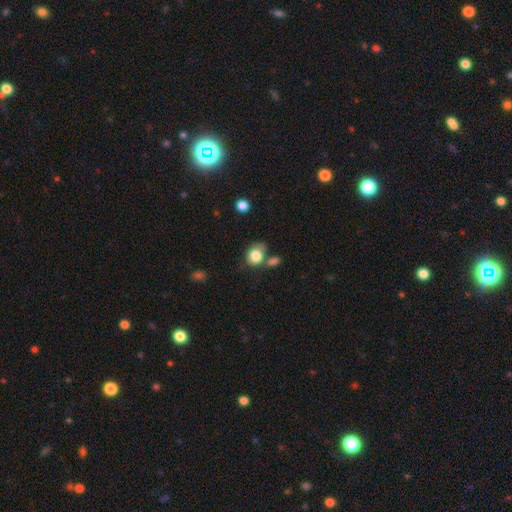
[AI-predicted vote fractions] smooth-or-featured: smooth: 82% | featured or disk: 9% | star or artifact: 9%
  how-rounded: in between: 51% | round: 48% | cigar-shaped: 1%
  merging: none: 47% | merger: 22% | minor disturbance: 22% | major disturbance: 9%